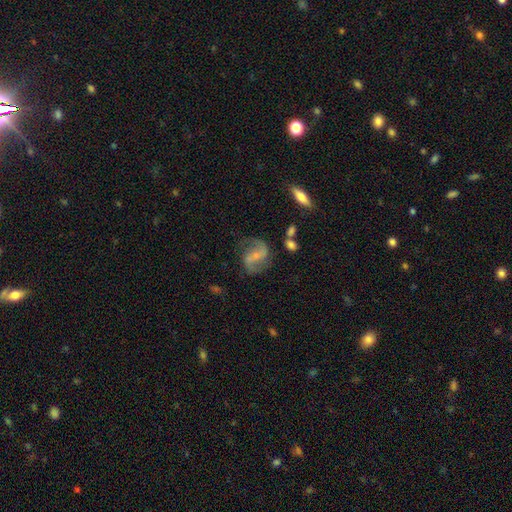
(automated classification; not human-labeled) A featured or disk galaxy (83%) with a weak bar (41%), 2 (92%) loose (48%) spiral arms (95%) and a small central bulge (61%). Merging: none (73%).